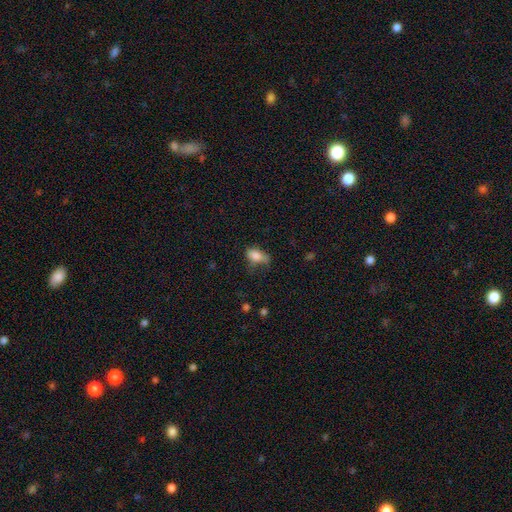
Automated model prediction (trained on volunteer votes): Q: Smooth or featured?
A: smooth (80%); runner-up: featured or disk (11%)
Q: How rounded?
A: in between (87%); runner-up: round (9%)
Q: Merging?
A: none (38%); runner-up: minor disturbance (36%)